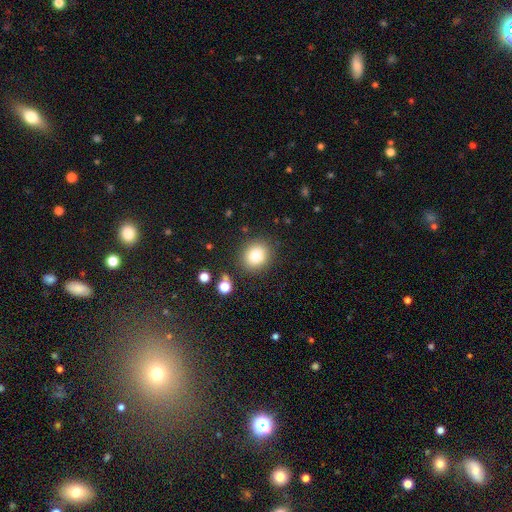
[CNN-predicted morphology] smooth 82%, star or artifact 11%, featured or disk 7%. Down the decision tree: how rounded — round (76%); merging — none (85%).